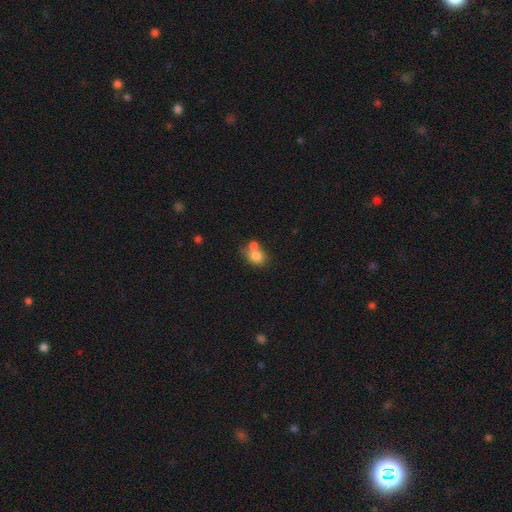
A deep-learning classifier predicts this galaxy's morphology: Smooth or featured? Predicted: smooth (p=0.80). How rounded? Predicted: round (p=0.52). Merging? Predicted: merger (p=0.45).